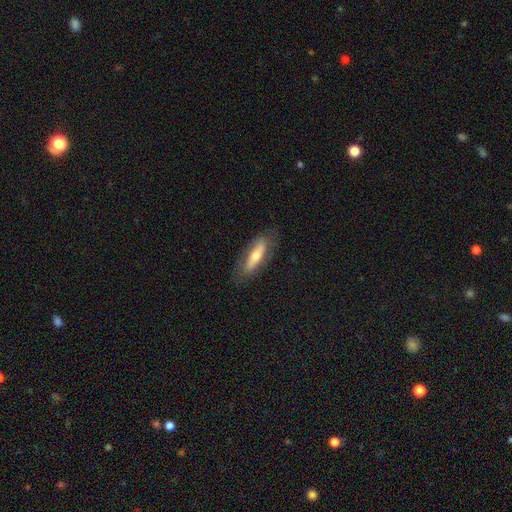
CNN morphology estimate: Overall: smooth (49%; featured or disk 45%). Merging: none (79%).